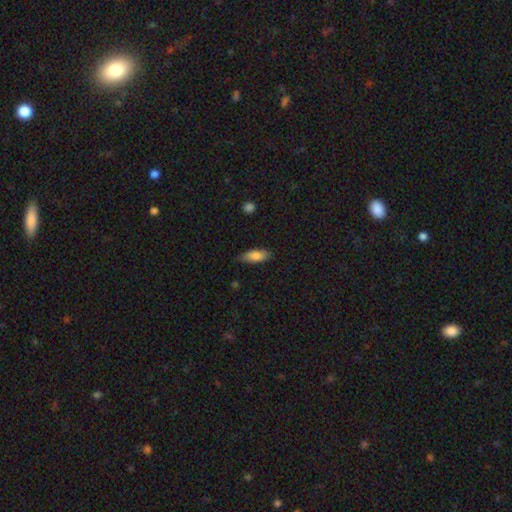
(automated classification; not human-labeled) Smooth or featured?
  - smooth: 81% *
  - featured or disk: 12%
  - star or artifact: 6%
How rounded?
  - in between: 72% *
  - cigar-shaped: 25%
  - round: 2%
Merging?
  - none: 78% *
  - minor disturbance: 18%
  - major disturbance: 3%
  - merger: 1%